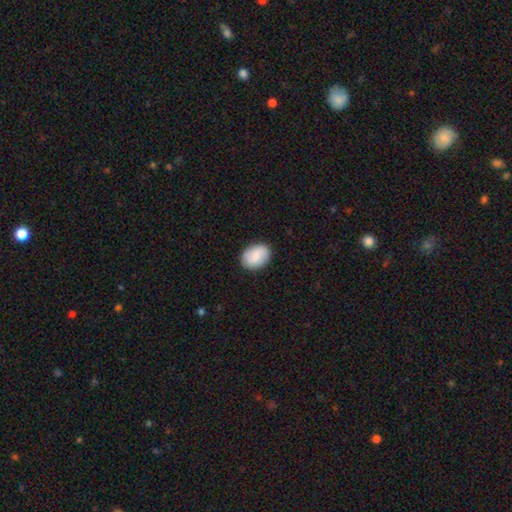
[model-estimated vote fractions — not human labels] Smooth or featured? Predicted: smooth (p=0.82). How rounded? Predicted: in between (p=0.70). Merging? Predicted: none (p=0.87).